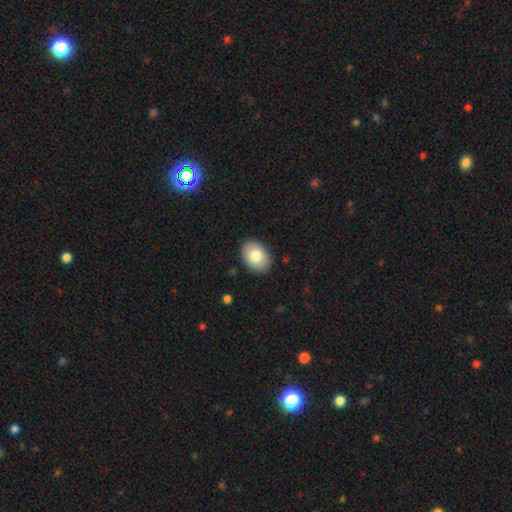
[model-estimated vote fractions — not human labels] Smooth or featured? Predicted: smooth (p=0.82). How rounded? Predicted: in between (p=0.77). Merging? Predicted: none (p=0.89).